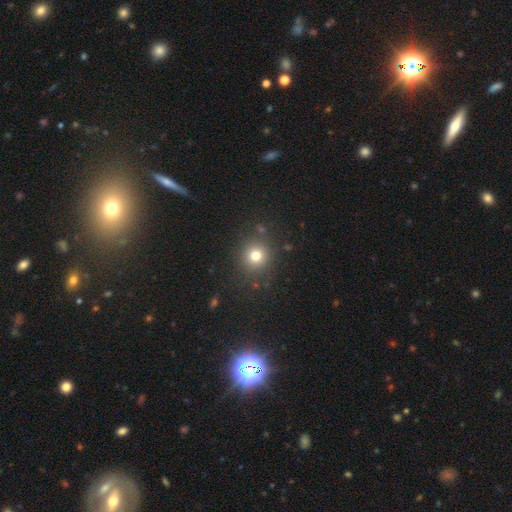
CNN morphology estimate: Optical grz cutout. It shows a smooth galaxy with no disk features (76%) that is round (90%). Merging: none (86%).